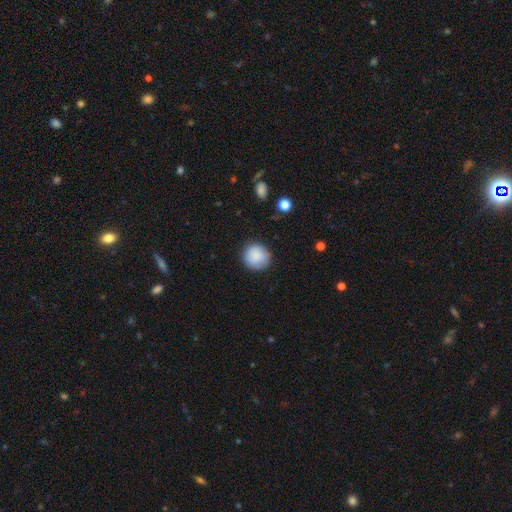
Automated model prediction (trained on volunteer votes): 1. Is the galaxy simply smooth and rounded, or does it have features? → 88% smooth, 7% star or artifact, 5% featured or disk.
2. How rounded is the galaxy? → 92% round, 7% in between, 1% cigar-shaped.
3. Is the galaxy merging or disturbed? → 86% none, 10% minor disturbance, 3% major disturbance, 1% merger.